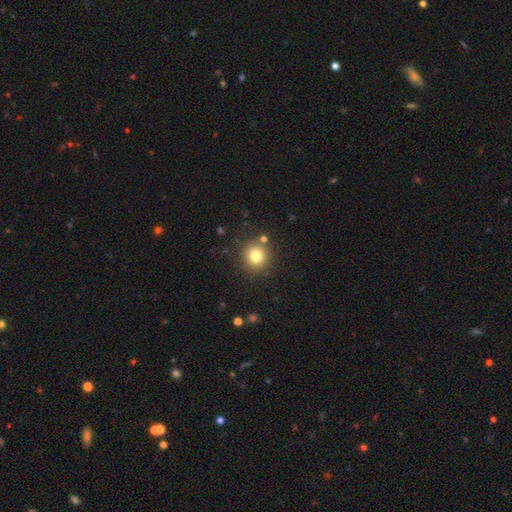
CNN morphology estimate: A smooth galaxy with no disk features (79%) that is round (93%). Merging: none (86%).